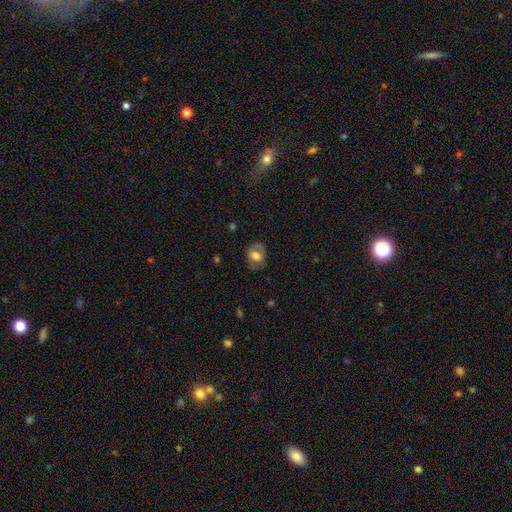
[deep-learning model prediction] smooth 58%, featured or disk 33%, star or artifact 8%. Down the decision tree: how rounded — in between (60%); merging — none (74%).